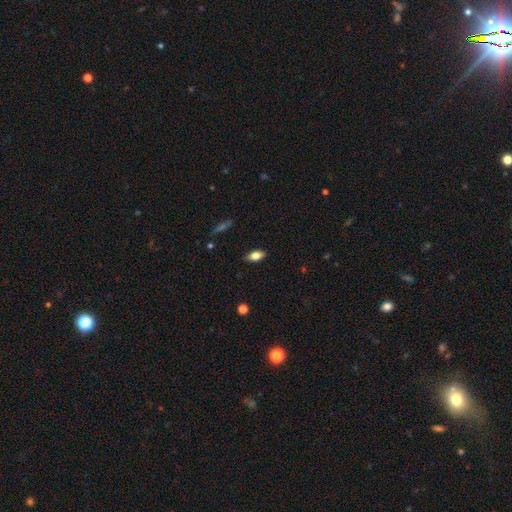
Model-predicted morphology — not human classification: smooth 72%, featured or disk 20%, star or artifact 8%. Down the decision tree: how rounded — in between (84%); merging — none (86%).